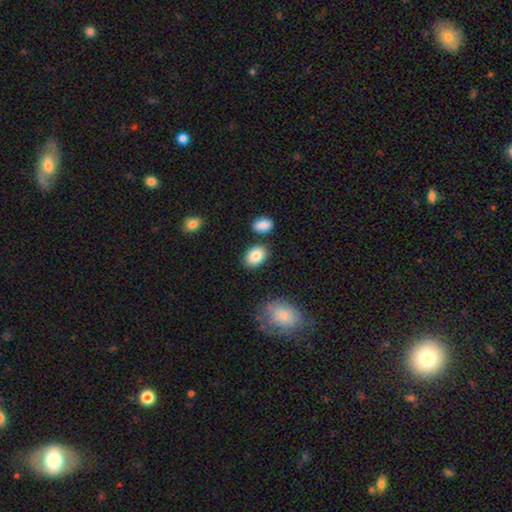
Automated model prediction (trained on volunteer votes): This is clearly a smooth galaxy (85%). How rounded: clearly in between (81%). Merging: likely none (80%).